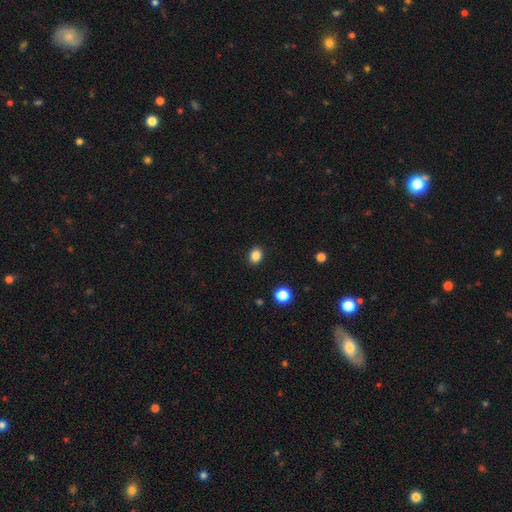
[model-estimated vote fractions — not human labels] A smooth galaxy with no disk features (85%) that is round (51%). Merging: none (90%).